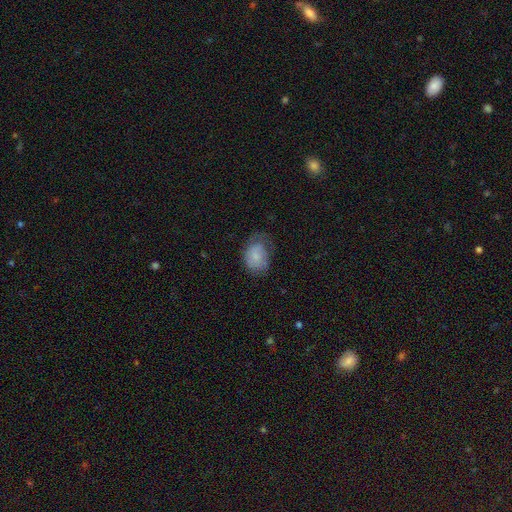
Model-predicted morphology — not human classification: This appears to be a smooth galaxy with no disk features (70%) that is in between round and cigar-shaped (68%). Merging: none (40%).